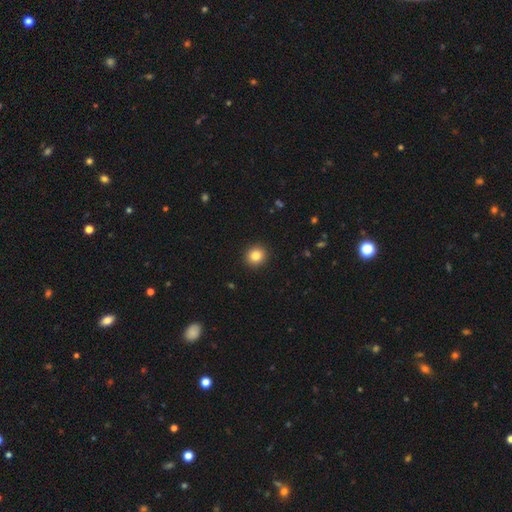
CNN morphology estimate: A smooth galaxy with no disk features (83%) that is round (90%).

Vote fractions:
- Smooth or featured? smooth: 83% / star or artifact: 10% / featured or disk: 6%
- How rounded? round: 90% / in between: 9% / cigar-shaped: 1%
- Merging? none: 93% / minor disturbance: 5% / major disturbance: 2% / merger: 1%